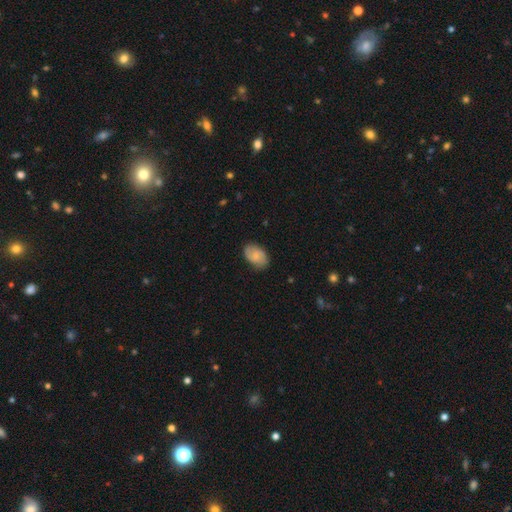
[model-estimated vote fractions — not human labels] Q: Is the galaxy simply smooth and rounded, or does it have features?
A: smooth — 63%.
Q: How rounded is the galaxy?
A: in between — 89%.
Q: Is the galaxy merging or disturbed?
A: none — 79%.